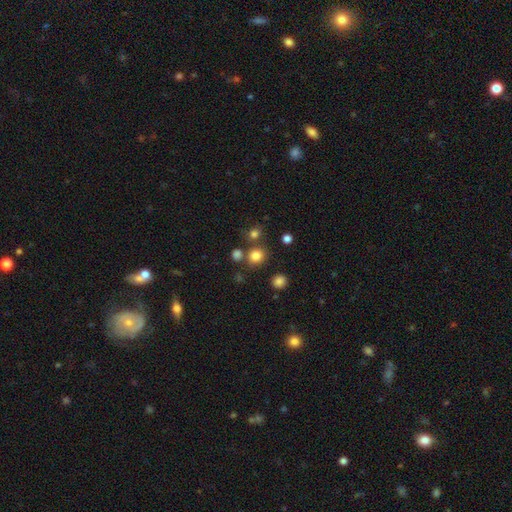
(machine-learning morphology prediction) smooth_or_featured: smooth (p=0.79) [alt: star or artifact p=0.15]
how_rounded: round (p=0.86) [alt: in between p=0.13]
merging: none (p=0.76) [alt: merger p=0.12]